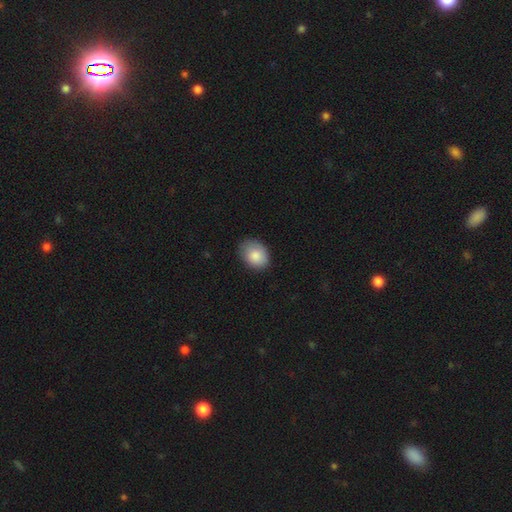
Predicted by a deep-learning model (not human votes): Overall: smooth (85%). How rounded: in between (65%; round 34%). Merging: none (77%).